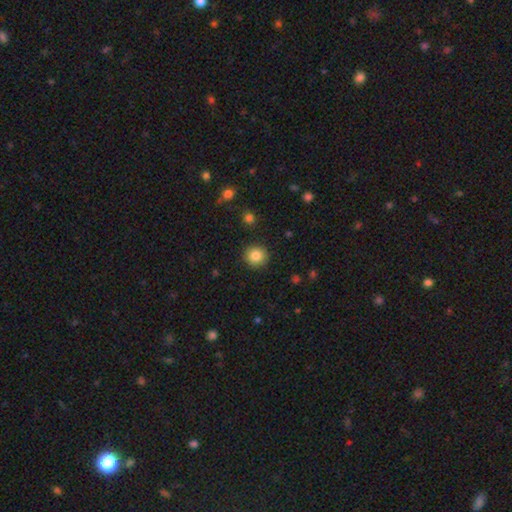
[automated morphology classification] Smooth or featured: smooth — 84% (star or artifact — 10%)
How rounded: round — 89% (in between — 10%)
Merging: none — 90% (minor disturbance — 7%)